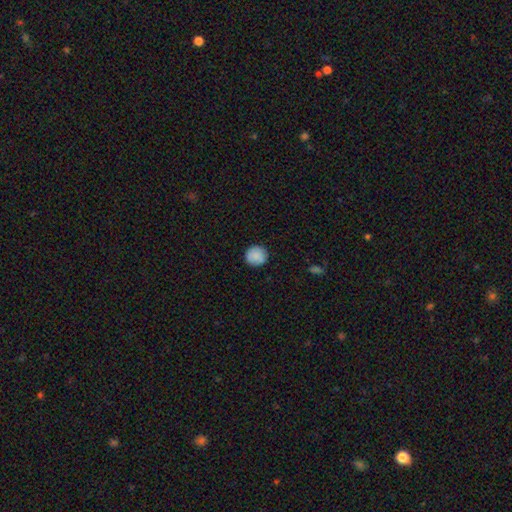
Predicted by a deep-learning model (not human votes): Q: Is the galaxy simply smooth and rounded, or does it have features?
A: smooth — 86%.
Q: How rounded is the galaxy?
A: round — 90%.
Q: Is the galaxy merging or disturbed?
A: none — 87%.